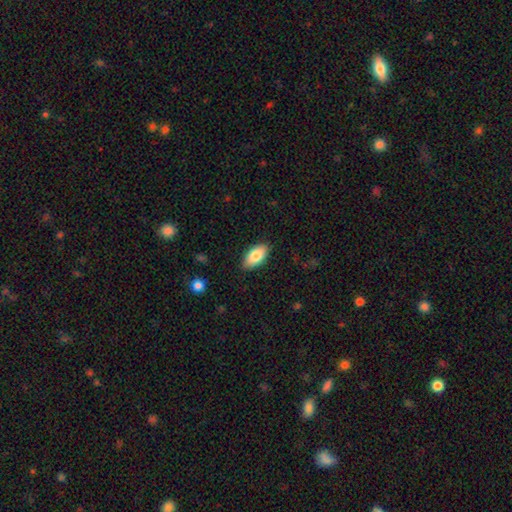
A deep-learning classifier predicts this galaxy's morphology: Smooth or featured?
  - smooth: 83% *
  - featured or disk: 11%
  - star or artifact: 6%
How rounded?
  - in between: 93% *
  - cigar-shaped: 5%
  - round: 2%
Merging?
  - none: 86% *
  - minor disturbance: 11%
  - major disturbance: 2%
  - merger: 1%